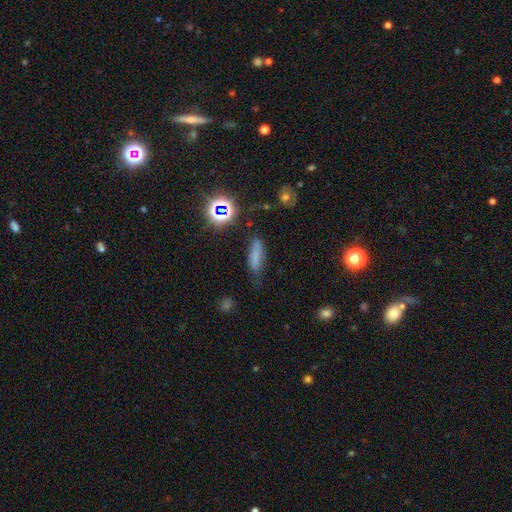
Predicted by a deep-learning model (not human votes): This appears to be a smooth galaxy with no disk features (68%) that is cigar-shaped (51%). Merging: none (61%).